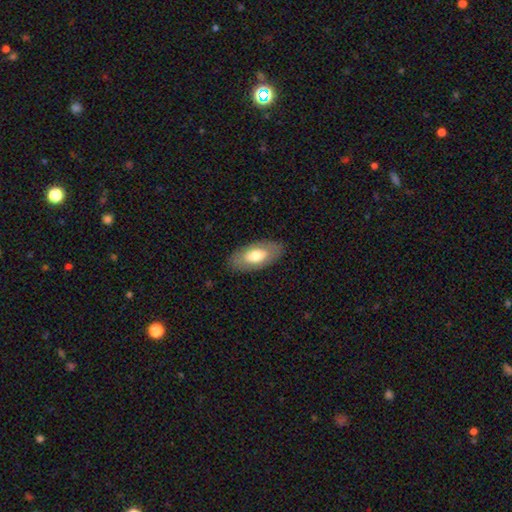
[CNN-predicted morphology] smooth 65%, featured or disk 29%, star or artifact 6%. Down the decision tree: how rounded — in between (92%); merging — none (86%).